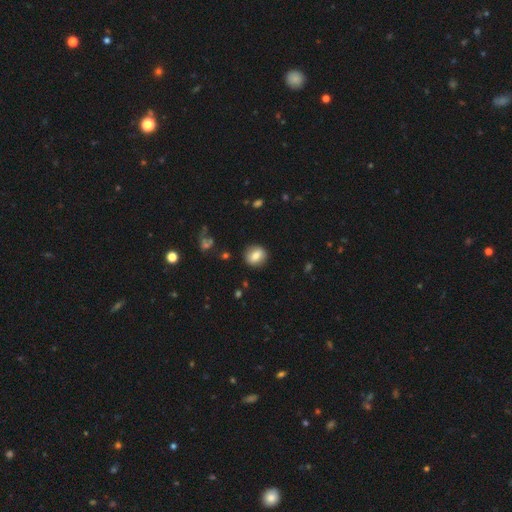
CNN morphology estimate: smooth-or-featured: smooth: 77% | featured or disk: 14% | star or artifact: 9%
  how-rounded: round: 68% | in between: 31% | cigar-shaped: 1%
  merging: none: 87% | minor disturbance: 9% | major disturbance: 3% | merger: 1%